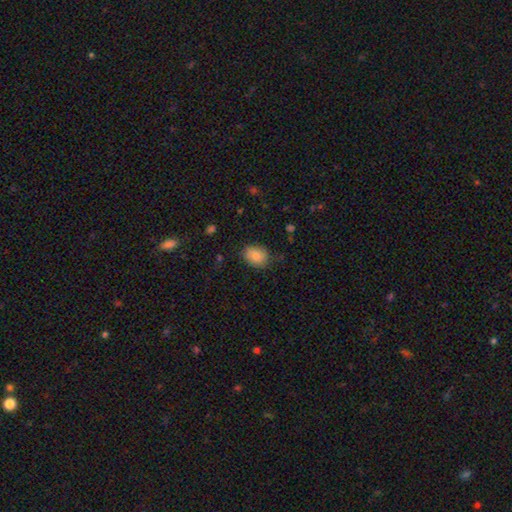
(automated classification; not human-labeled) A smooth galaxy with no disk features (85%) that is in between round and cigar-shaped (57%).

Vote fractions:
- Smooth or featured? smooth: 85% / star or artifact: 8% / featured or disk: 8%
- How rounded? in between: 57% / round: 42% / cigar-shaped: 1%
- Merging? none: 78% / minor disturbance: 18% / major disturbance: 4% / merger: 1%